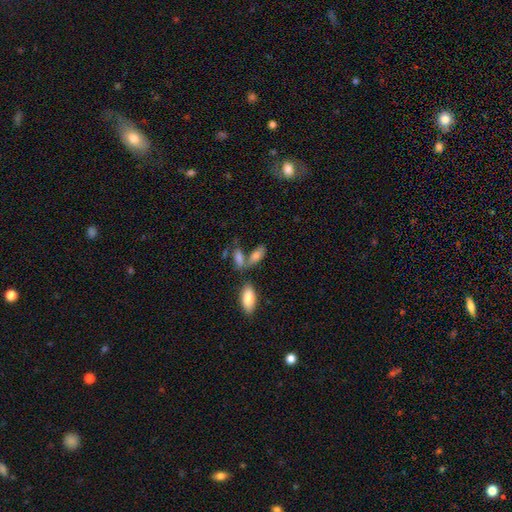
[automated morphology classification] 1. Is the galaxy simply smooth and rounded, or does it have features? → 78% smooth, 14% featured or disk, 9% star or artifact.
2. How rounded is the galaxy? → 80% in between, 17% cigar-shaped, 3% round.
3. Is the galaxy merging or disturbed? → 47% none, 34% merger, 13% minor disturbance, 6% major disturbance.